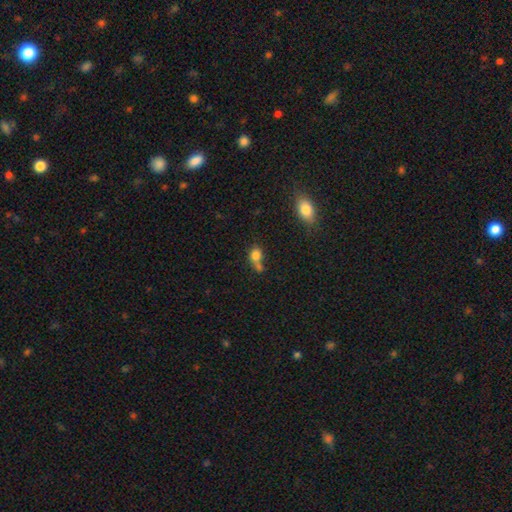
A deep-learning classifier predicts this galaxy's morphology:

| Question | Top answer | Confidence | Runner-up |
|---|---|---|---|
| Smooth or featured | smooth | 79% | star or artifact (12%) |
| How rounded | round | 55% | in between (43%) |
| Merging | merger | 42% | none (34%) |